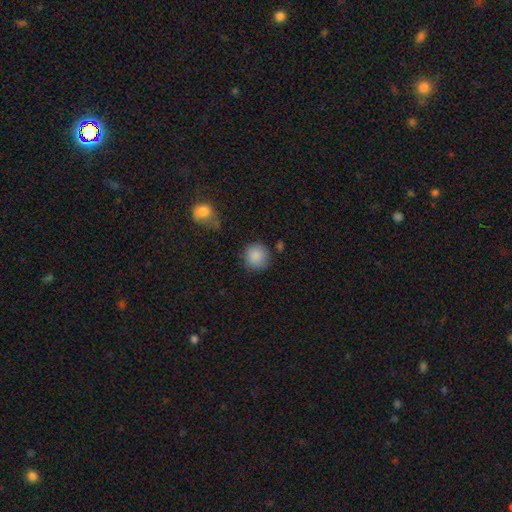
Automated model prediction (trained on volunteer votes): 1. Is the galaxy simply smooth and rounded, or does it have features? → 88% smooth, 8% star or artifact, 4% featured or disk.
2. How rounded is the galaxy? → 92% round, 7% in between, 1% cigar-shaped.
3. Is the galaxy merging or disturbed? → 81% none, 12% minor disturbance, 4% major disturbance, 3% merger.